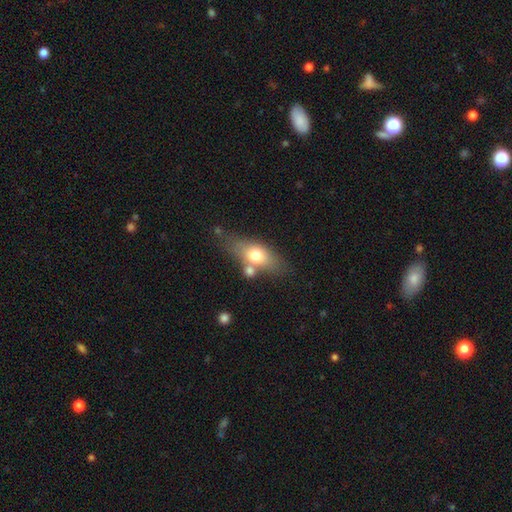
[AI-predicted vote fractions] Morphology: type=smooth (65%); roundness=in between (72%); merging=none (55%).